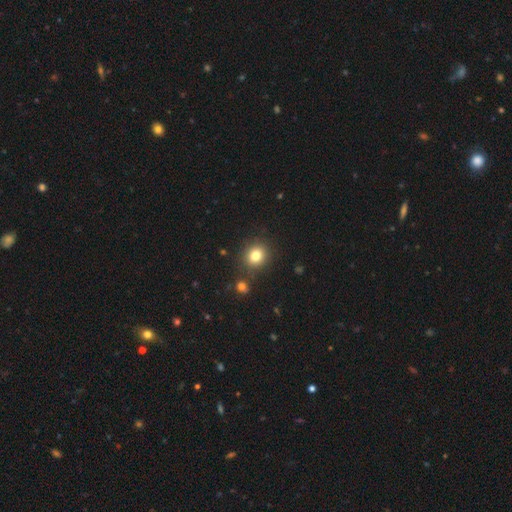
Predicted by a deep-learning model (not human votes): A smooth galaxy with no disk features (80%) that is round (81%). Merging: none (85%).